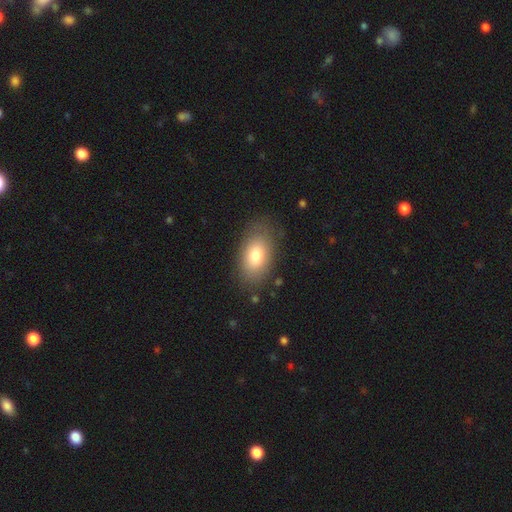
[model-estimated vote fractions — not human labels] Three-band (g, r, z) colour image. It shows a smooth galaxy with no disk features (78%) that is in between round and cigar-shaped (91%). Merging: none (81%).